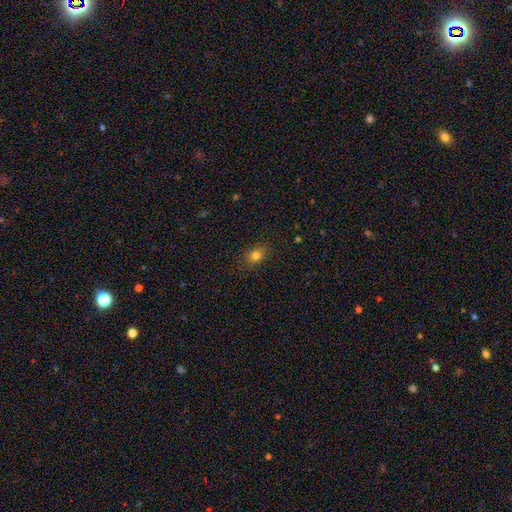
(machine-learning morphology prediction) Smooth or featured? Predicted: smooth (p=0.79). How rounded? Predicted: in between (p=0.56). Merging? Predicted: none (p=0.85).